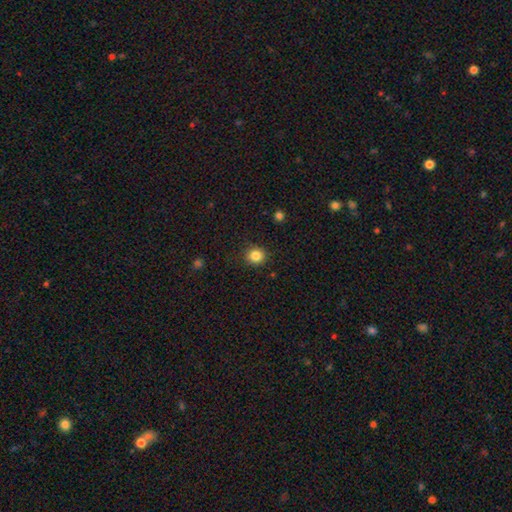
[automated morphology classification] Q: Smooth or featured?
A: smooth (84%); runner-up: star or artifact (11%)
Q: How rounded?
A: round (90%); runner-up: in between (9%)
Q: Merging?
A: none (90%); runner-up: minor disturbance (7%)